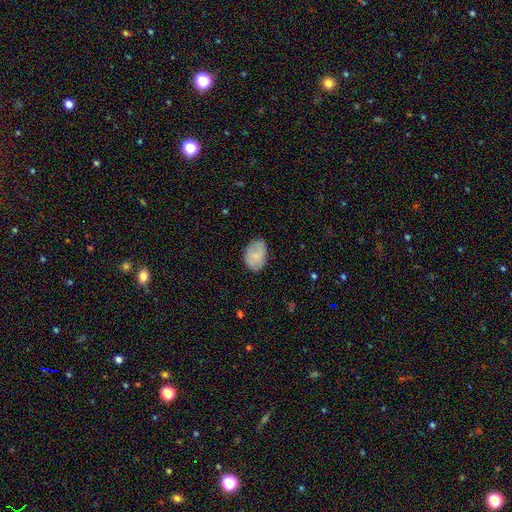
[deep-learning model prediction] Overall: smooth (77%). How rounded: in between (83%). Merging: none (77%).